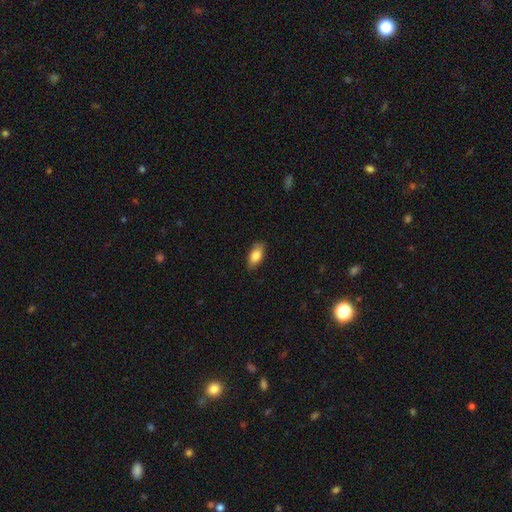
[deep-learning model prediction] The model was most divided on "merging": none: 83%, minor disturbance: 14%, major disturbance: 3%, merger: 1%. More confident: how rounded — in between (89%); smooth or featured — smooth (83%).